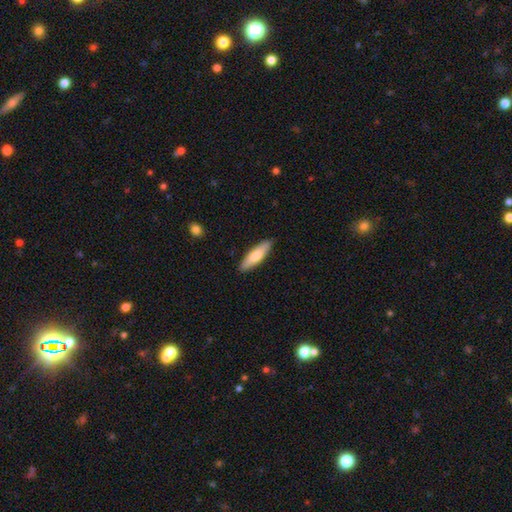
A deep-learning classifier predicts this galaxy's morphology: Smooth or featured? Predicted: smooth (p=0.73). How rounded? Predicted: cigar-shaped (p=0.65). Merging? Predicted: none (p=0.90).